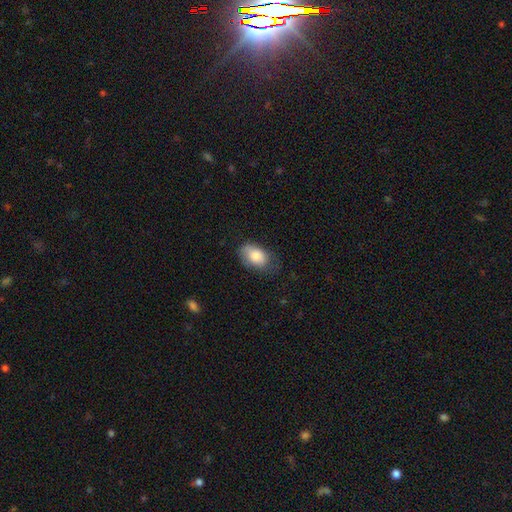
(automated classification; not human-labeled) A smooth galaxy with no disk features (81%) that is in between round and cigar-shaped (88%).

Vote fractions:
- Smooth or featured? smooth: 81% / featured or disk: 12% / star or artifact: 7%
- How rounded? in between: 88% / round: 10% / cigar-shaped: 1%
- Merging? none: 59% / minor disturbance: 29% / major disturbance: 11% / merger: 2%